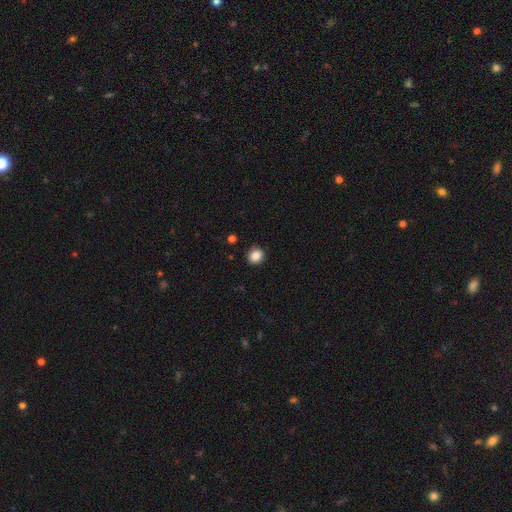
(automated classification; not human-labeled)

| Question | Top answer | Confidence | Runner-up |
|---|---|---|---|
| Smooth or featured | smooth | 85% | star or artifact (10%) |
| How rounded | round | 85% | in between (14%) |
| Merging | none | 89% | minor disturbance (8%) |